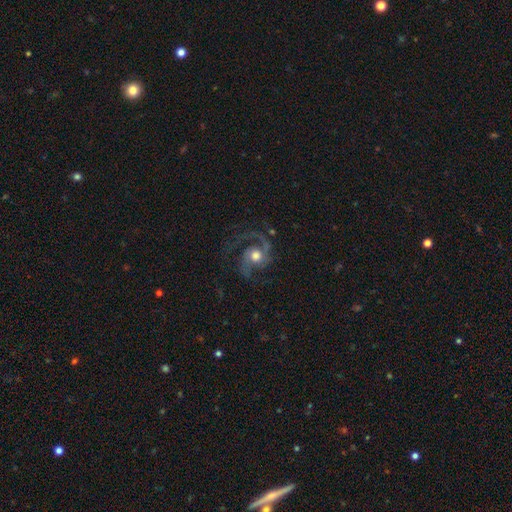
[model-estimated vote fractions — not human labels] Overall: featured or disk (84%). Edge-on disk: no (98%). Bar: no (72%). Spiral arms: yes (96%). Spiral arm count: 2 (75%). Spiral winding: medium (55%; loose 29%). Bulge size: moderate (61%; large 28%). Merging: none (63%).